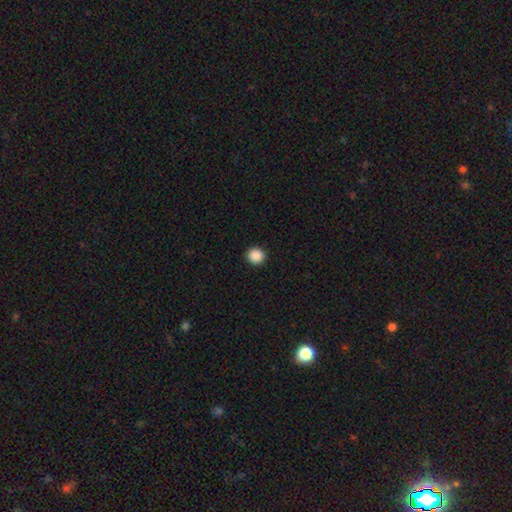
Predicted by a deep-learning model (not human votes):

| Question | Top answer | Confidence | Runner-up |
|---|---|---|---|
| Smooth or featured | smooth | 89% | star or artifact (9%) |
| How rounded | round | 93% | in between (6%) |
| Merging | none | 93% | minor disturbance (4%) |